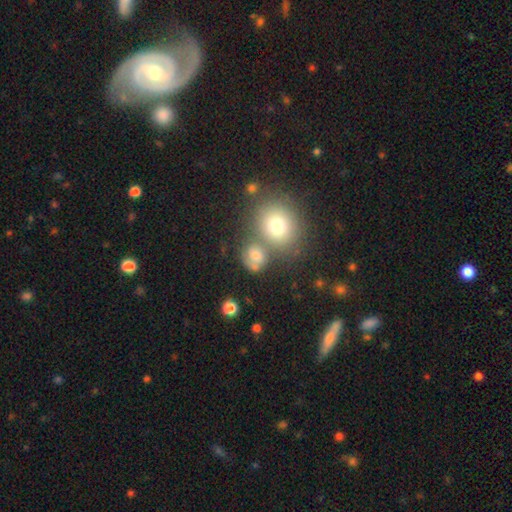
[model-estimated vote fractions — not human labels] Smooth or featured? smooth (66%)
How rounded? round (70%)
Merging? none (49%)